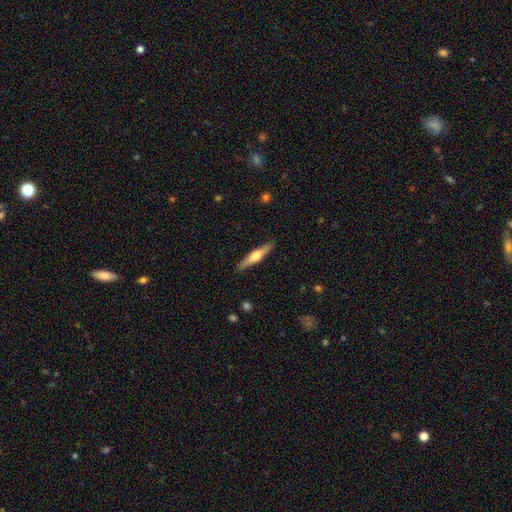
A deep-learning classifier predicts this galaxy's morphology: Q: Smooth or featured?
A: featured or disk (60%); runner-up: smooth (35%)
Q: Edge-on disk?
A: yes (97%); runner-up: no (3%)
Q: Edge-on bulge?
A: rounded (92%); runner-up: boxy (5%)
Q: Merging?
A: none (90%); runner-up: minor disturbance (7%)